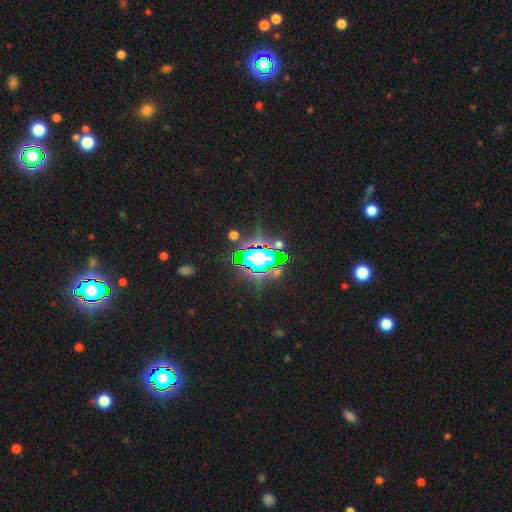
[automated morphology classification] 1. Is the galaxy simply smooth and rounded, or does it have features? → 67% star or artifact, 20% smooth, 13% featured or disk.